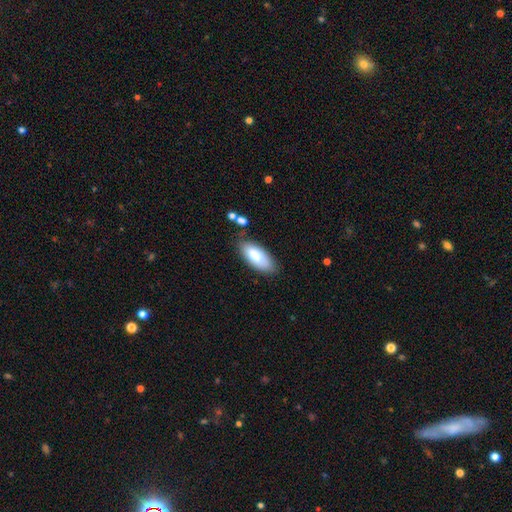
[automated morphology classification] Q: Smooth or featured?
A: smooth (84%); runner-up: featured or disk (10%)
Q: How rounded?
A: in between (86%); runner-up: cigar-shaped (13%)
Q: Merging?
A: none (77%); runner-up: minor disturbance (16%)